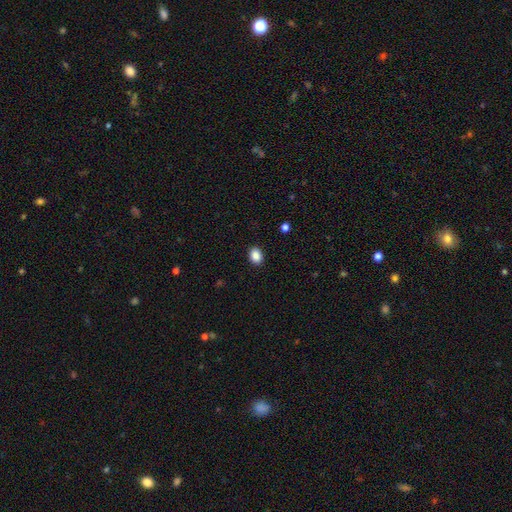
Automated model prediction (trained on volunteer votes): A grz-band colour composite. It shows a smooth galaxy with no disk features (88%) that is in between round and cigar-shaped (66%). Merging: none (90%).